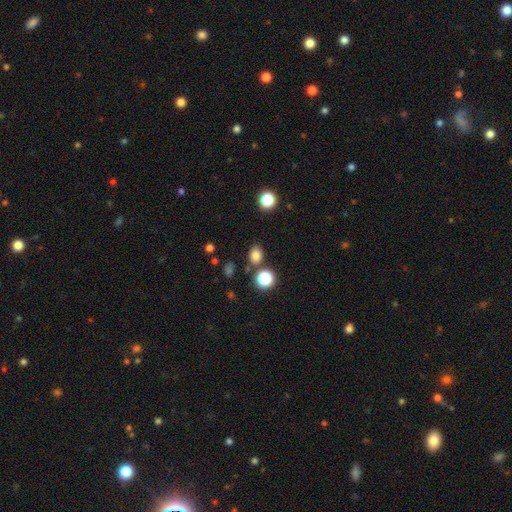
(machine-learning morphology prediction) smooth 79%, star or artifact 15%, featured or disk 6%. Down the decision tree: how rounded — in between (52%); merging — none (77%).